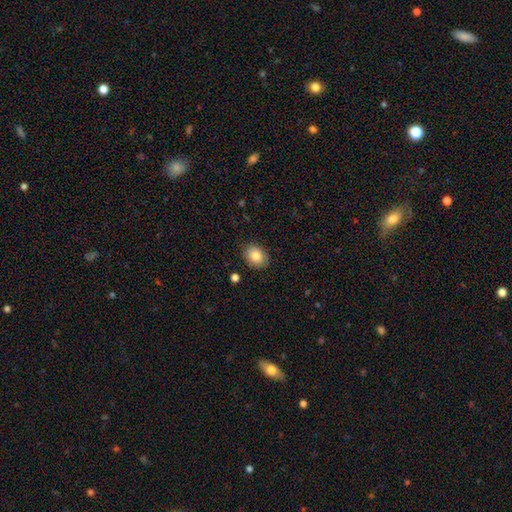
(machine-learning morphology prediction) Smooth or featured? smooth (84%)
How rounded? in between (65%)
Merging? none (87%)